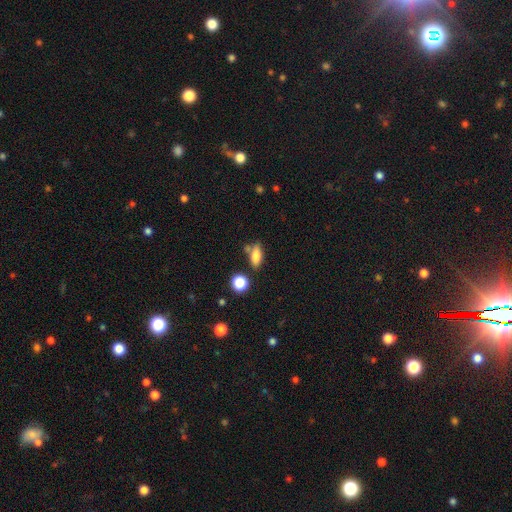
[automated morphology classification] Smooth or featured?
  - smooth: 80% *
  - featured or disk: 11%
  - star or artifact: 9%
How rounded?
  - in between: 77% *
  - cigar-shaped: 17%
  - round: 6%
Merging?
  - none: 63% *
  - minor disturbance: 18%
  - merger: 13%
  - major disturbance: 5%